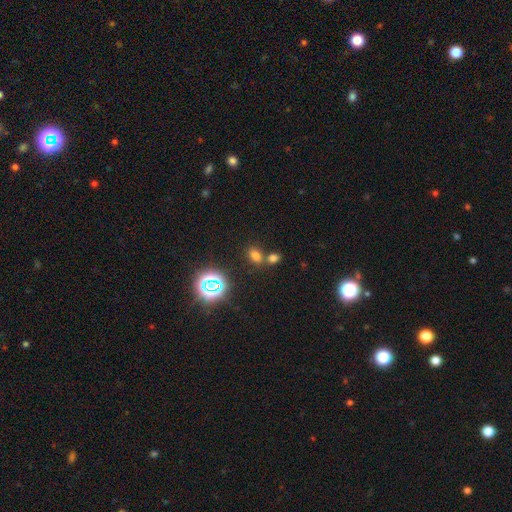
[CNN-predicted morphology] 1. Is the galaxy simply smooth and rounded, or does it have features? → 66% smooth, 26% star or artifact, 8% featured or disk.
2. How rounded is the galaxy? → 75% in between, 23% round, 2% cigar-shaped.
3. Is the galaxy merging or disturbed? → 55% none, 33% merger, 8% minor disturbance, 3% major disturbance.